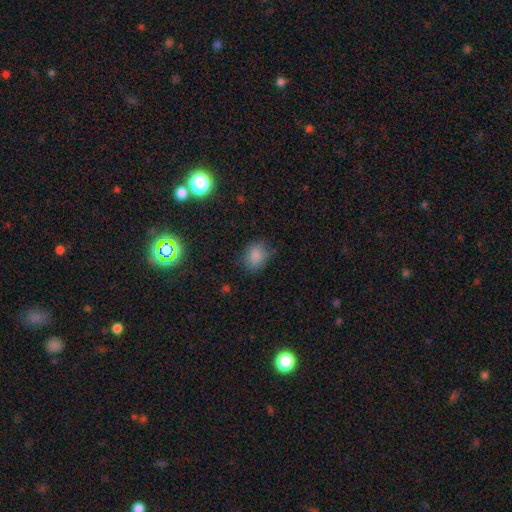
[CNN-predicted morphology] Smooth or featured? Predicted: smooth (p=0.83). How rounded? Predicted: round (p=0.53). Merging? Predicted: none (p=0.73).